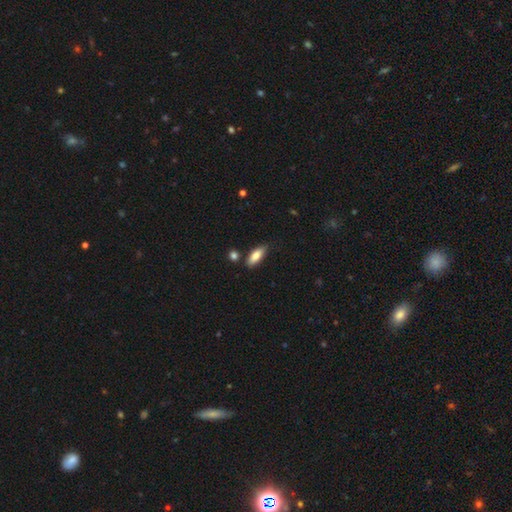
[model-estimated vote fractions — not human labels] smooth_or_featured: smooth (p=0.81) [alt: featured or disk p=0.12]
how_rounded: in between (p=0.71) [alt: cigar-shaped p=0.27]
merging: none (p=0.78) [alt: minor disturbance p=0.14]